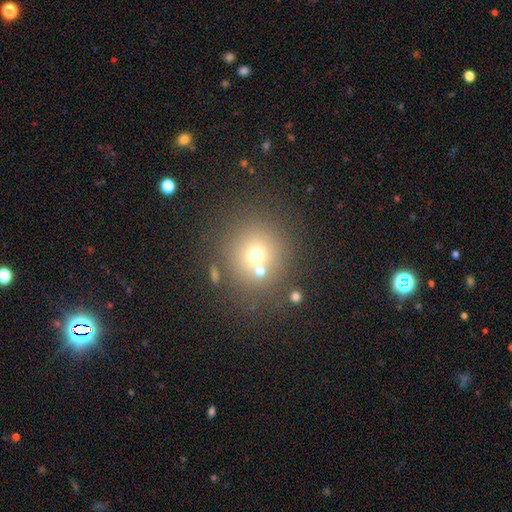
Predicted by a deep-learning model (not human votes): Smooth or featured?
  - smooth: 65% *
  - star or artifact: 21%
  - featured or disk: 15%
How rounded?
  - round: 90% *
  - in between: 9%
  - cigar-shaped: 1%
Merging?
  - none: 68% *
  - merger: 19%
  - minor disturbance: 9%
  - major disturbance: 4%